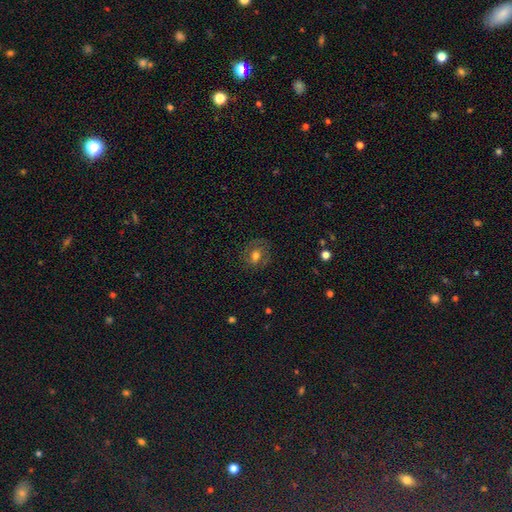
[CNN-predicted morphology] A smooth galaxy with no disk features (51%) that is round (60%).

Vote fractions:
- Smooth or featured? smooth: 51% / featured or disk: 37% / star or artifact: 12%
- How rounded? round: 60% / in between: 39% / cigar-shaped: 1%
- Merging? none: 74% / minor disturbance: 16% / major disturbance: 8% / merger: 1%